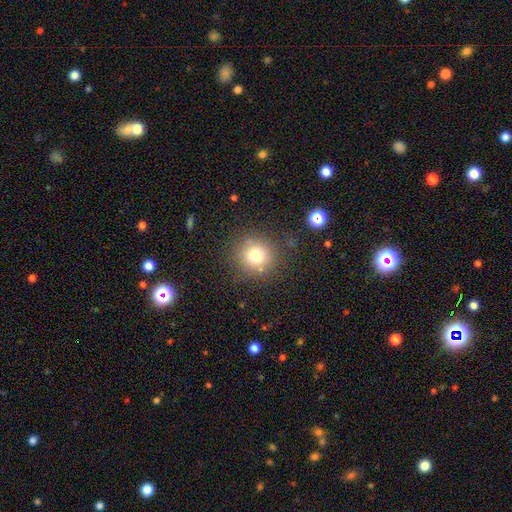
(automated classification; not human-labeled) Smooth or featured? smooth (75%)
How rounded? round (91%)
Merging? none (83%)